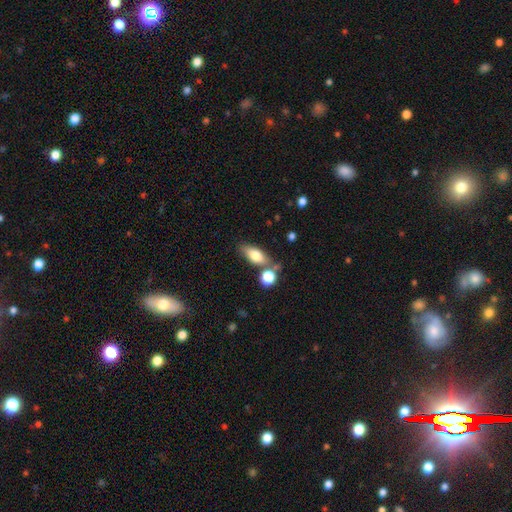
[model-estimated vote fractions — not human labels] The model was most divided on "merging": none: 65%, merger: 16%, minor disturbance: 15%, major disturbance: 5%. More confident: how rounded — in between (78%); smooth or featured — smooth (74%).